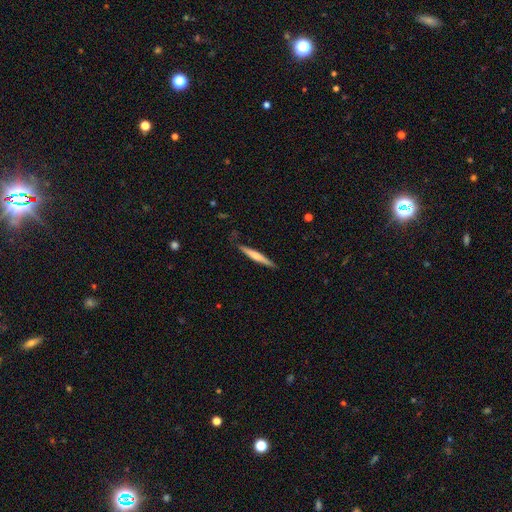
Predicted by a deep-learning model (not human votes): Q: Smooth or featured?
A: smooth (54%); runner-up: featured or disk (41%)
Q: How rounded?
A: cigar-shaped (95%); runner-up: in between (4%)
Q: Merging?
A: none (84%); runner-up: minor disturbance (12%)